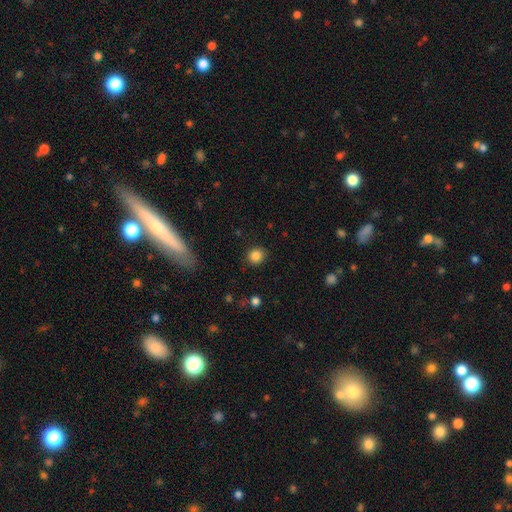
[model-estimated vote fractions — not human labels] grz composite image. It shows a smooth galaxy with no disk features (85%) that is round (85%). Merging: none (90%).